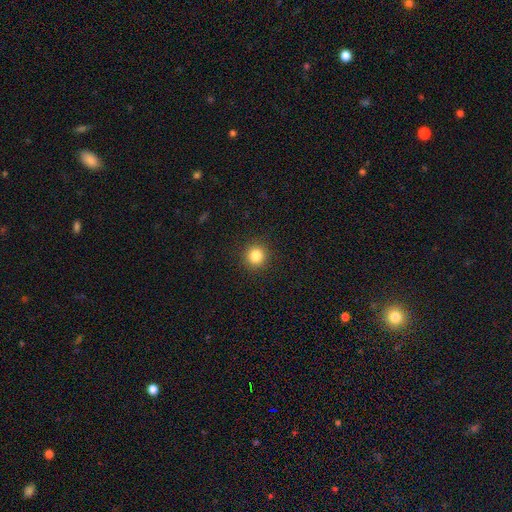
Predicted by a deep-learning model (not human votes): Overall: smooth (84%). How rounded: round (94%). Merging: none (92%).